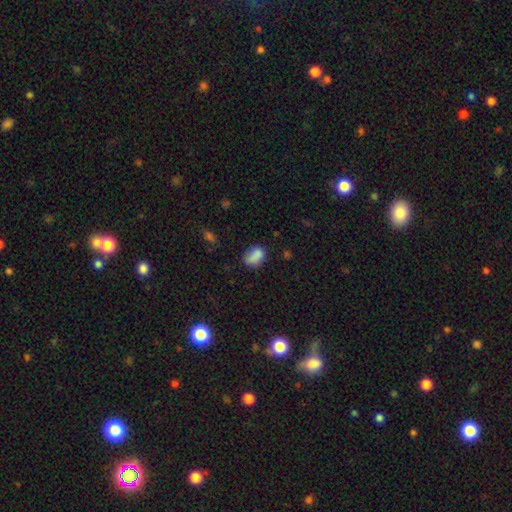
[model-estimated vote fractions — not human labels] Q: Smooth or featured?
A: smooth (83%); runner-up: star or artifact (10%)
Q: How rounded?
A: in between (80%); runner-up: round (18%)
Q: Merging?
A: none (62%); runner-up: minor disturbance (26%)